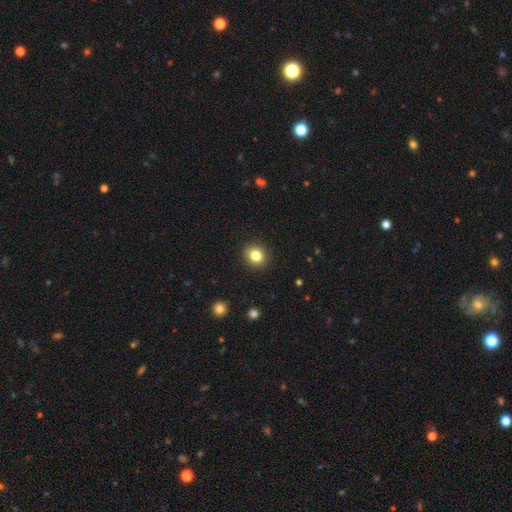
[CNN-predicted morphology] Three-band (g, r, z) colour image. It shows a smooth galaxy with no disk features (82%) that is round (82%). Merging: none (91%).